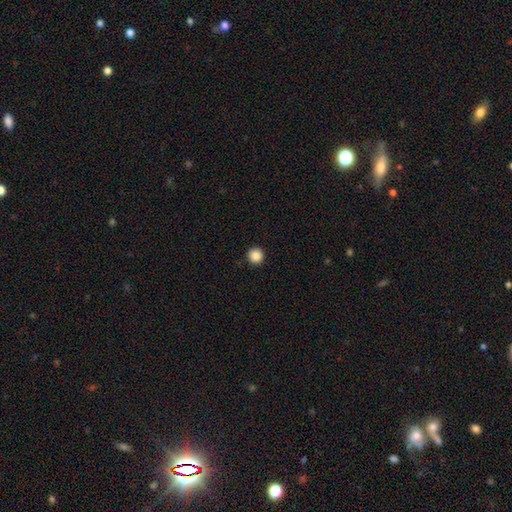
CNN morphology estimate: This appears to be a smooth galaxy with no disk features (87%) that is round (96%). Merging: none (93%).